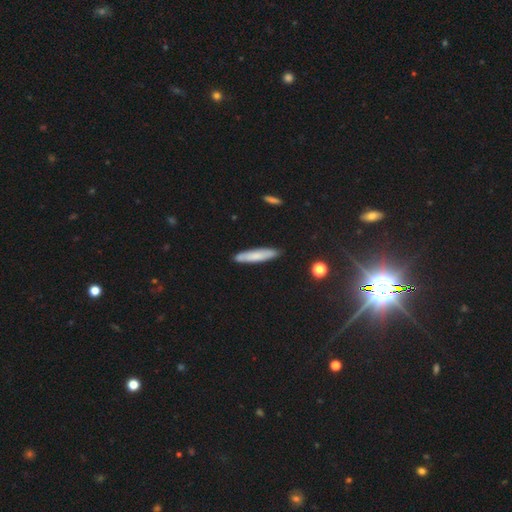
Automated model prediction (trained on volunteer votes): Smooth or featured?
  - smooth: 70% *
  - featured or disk: 23%
  - star or artifact: 7%
How rounded?
  - cigar-shaped: 89% *
  - in between: 10%
  - round: 1%
Merging?
  - none: 86% *
  - minor disturbance: 10%
  - merger: 2%
  - major disturbance: 2%